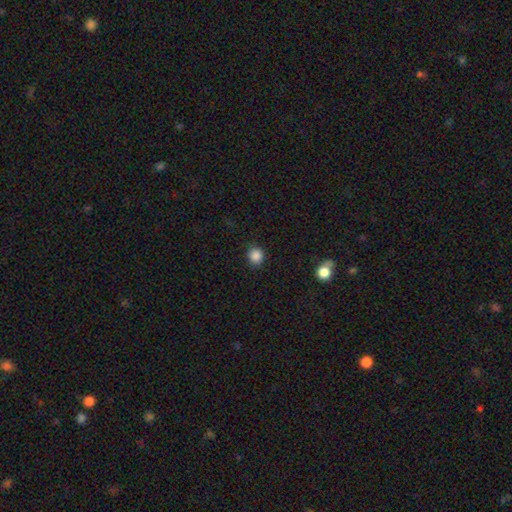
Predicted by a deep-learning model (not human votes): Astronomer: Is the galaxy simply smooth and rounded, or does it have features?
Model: smooth — 86%.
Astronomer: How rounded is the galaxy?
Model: round — 87%.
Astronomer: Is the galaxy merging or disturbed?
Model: none — 88%.